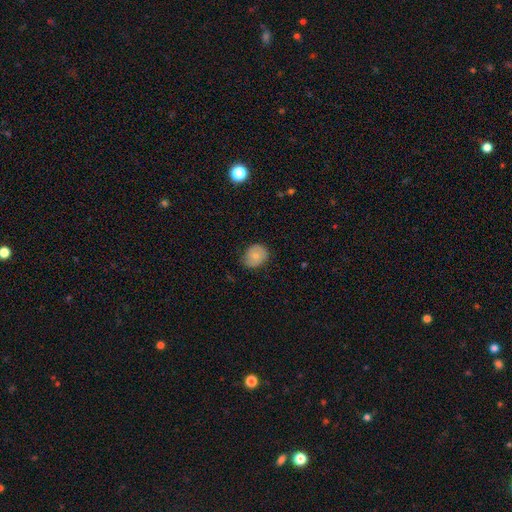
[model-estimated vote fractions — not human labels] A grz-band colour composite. It shows a smooth galaxy with no disk features (69%) that is round (55%). Merging: none (71%).